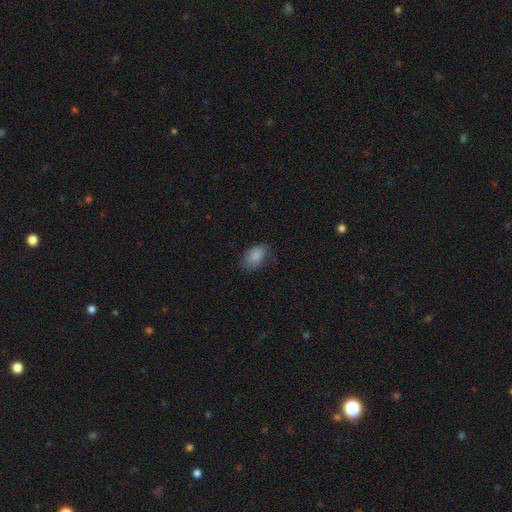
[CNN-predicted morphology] Smooth or featured? Predicted: smooth (p=0.86). How rounded? Predicted: in between (p=0.87). Merging? Predicted: none (p=0.70).